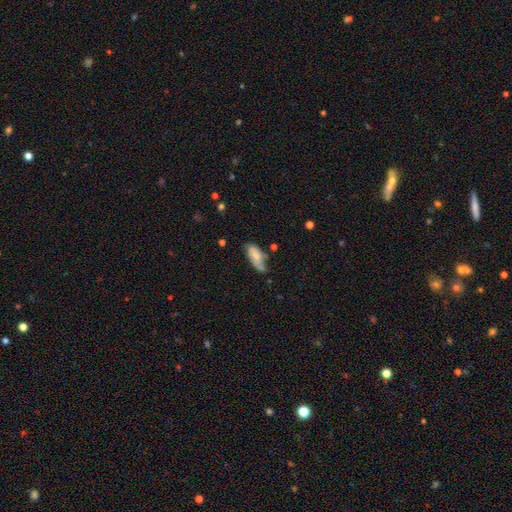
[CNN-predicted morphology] A smooth galaxy with no disk features (73%) that is in between round and cigar-shaped (80%). Merging: none (43%).